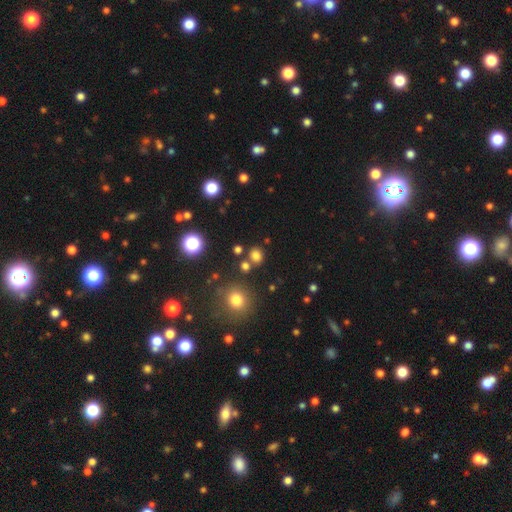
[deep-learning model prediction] A smooth galaxy with no disk features (74%) that is round (69%). Merging: none (77%).